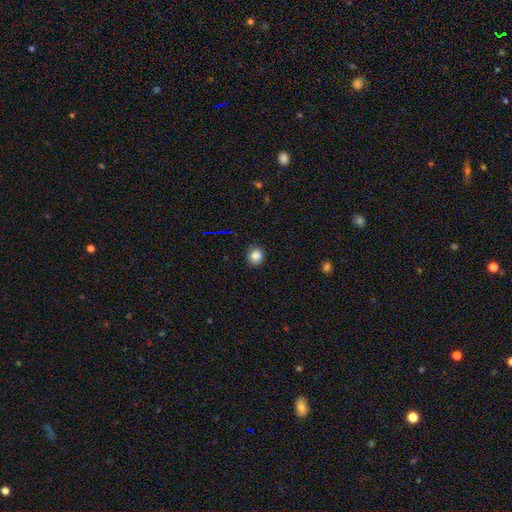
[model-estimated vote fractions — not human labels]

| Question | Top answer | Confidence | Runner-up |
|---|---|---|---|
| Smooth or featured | smooth | 84% | star or artifact (11%) |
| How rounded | round | 87% | in between (12%) |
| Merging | none | 89% | minor disturbance (8%) |